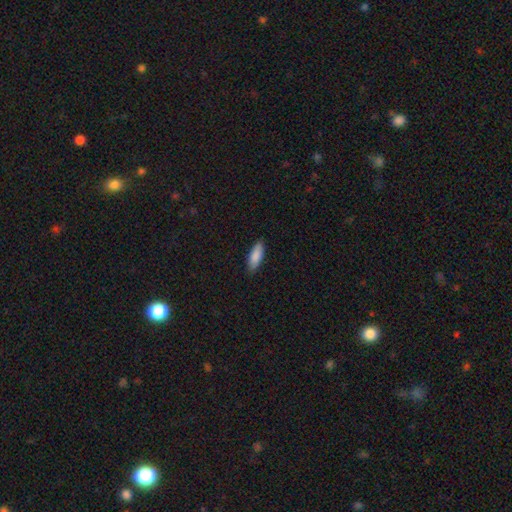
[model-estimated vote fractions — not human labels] This appears to be a smooth galaxy with no disk features (87%) that is in between round and cigar-shaped (67%). Merging: none (87%).